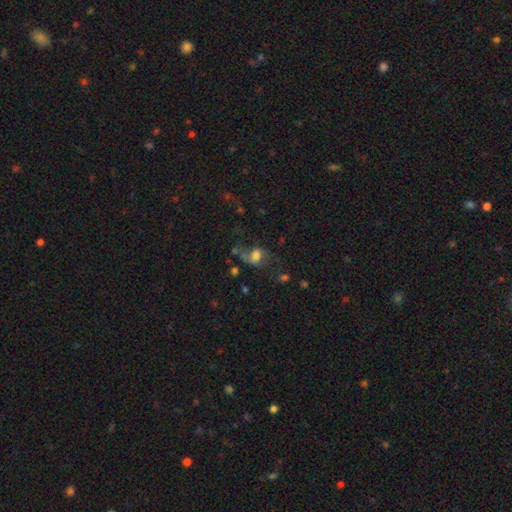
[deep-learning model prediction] smooth-or-featured: smooth: 55% | featured or disk: 31% | star or artifact: 14%
  how-rounded: in between: 62% | round: 36% | cigar-shaped: 2%
  merging: none: 37% | major disturbance: 33% | minor disturbance: 22% | merger: 8%